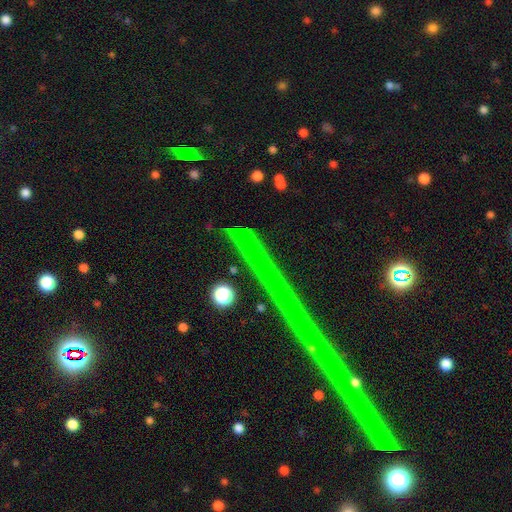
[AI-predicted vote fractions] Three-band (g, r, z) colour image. It shows a star or artifact, not a galaxy (68%).